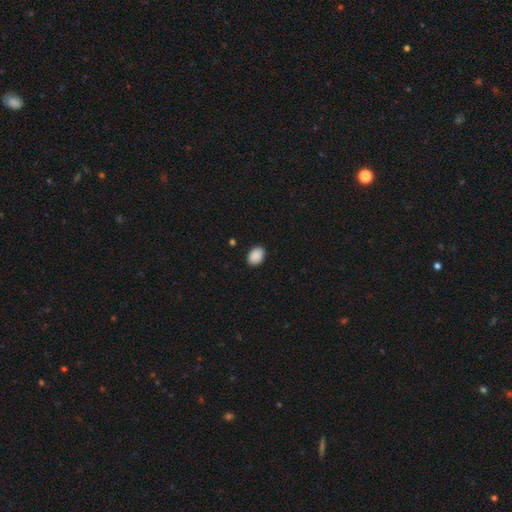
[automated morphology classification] Smooth or featured?
  - smooth: 90% *
  - star or artifact: 7%
  - featured or disk: 3%
How rounded?
  - in between: 77% *
  - round: 22%
  - cigar-shaped: 1%
Merging?
  - none: 89% *
  - minor disturbance: 9%
  - major disturbance: 2%
  - merger: 1%